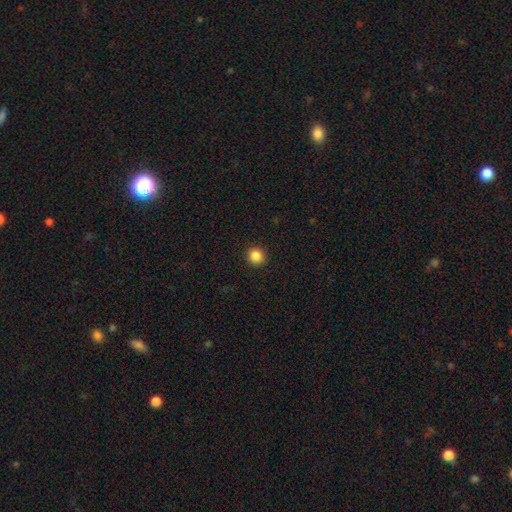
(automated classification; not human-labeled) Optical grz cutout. It shows a smooth galaxy with no disk features (86%) that is round (91%). Merging: none (92%).